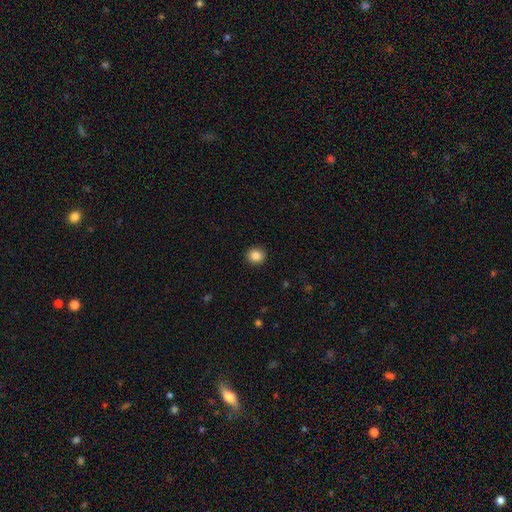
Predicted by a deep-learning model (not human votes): Overall: smooth (87%). How rounded: round (83%). Merging: none (92%).